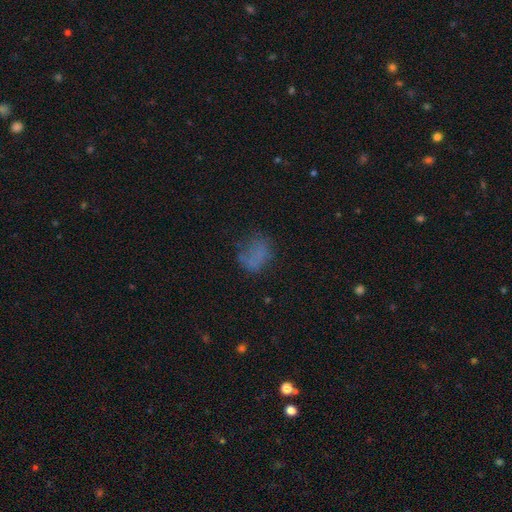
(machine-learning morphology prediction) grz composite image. It shows a smooth galaxy with no disk features (58%) that is in between round and cigar-shaped (58%). Merging: none (48%).